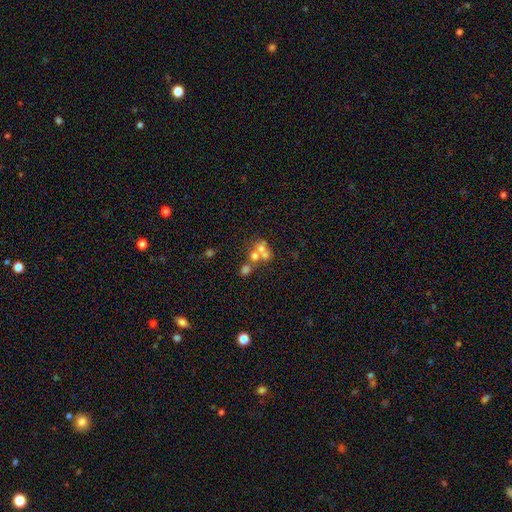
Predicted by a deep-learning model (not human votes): smooth-or-featured: smooth: 47% | featured or disk: 30% | star or artifact: 23%
  merging: merger: 54% | none: 32% | minor disturbance: 7% | major disturbance: 6%